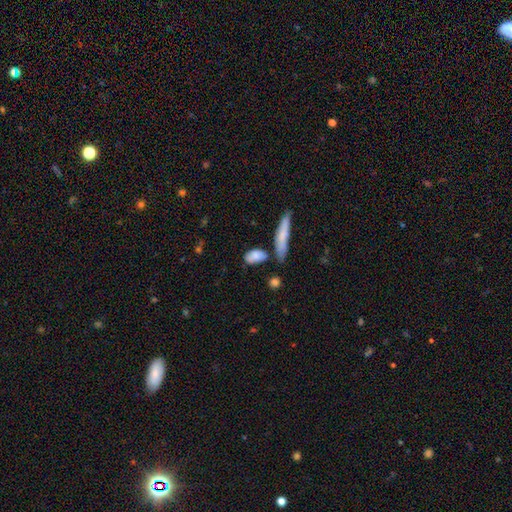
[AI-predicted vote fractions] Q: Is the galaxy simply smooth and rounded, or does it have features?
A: smooth — 79%.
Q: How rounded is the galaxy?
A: in between — 80%.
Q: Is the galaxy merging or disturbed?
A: none — 59%.